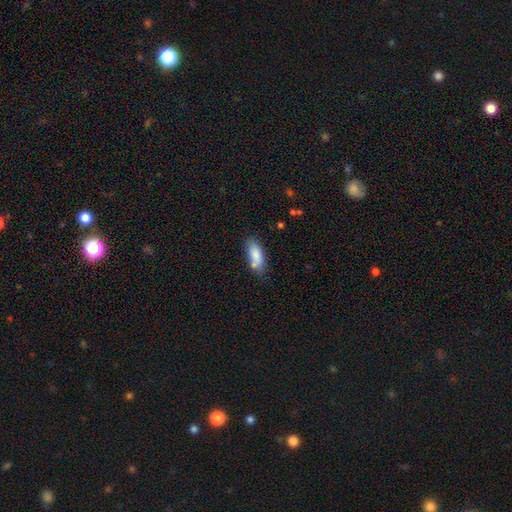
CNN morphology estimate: A smooth galaxy with no disk features (83%) that is in between round and cigar-shaped (77%).

Vote fractions:
- Smooth or featured? smooth: 83% / featured or disk: 10% / star or artifact: 7%
- How rounded? in between: 77% / cigar-shaped: 21% / round: 2%
- Merging? none: 64% / minor disturbance: 20% / merger: 11% / major disturbance: 5%